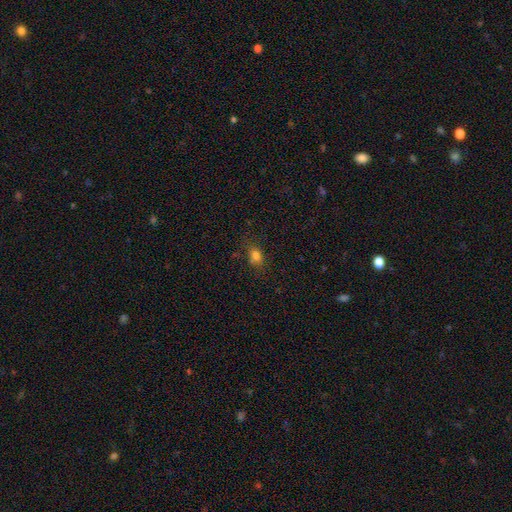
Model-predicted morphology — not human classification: smooth_or_featured: smooth (p=0.75) [alt: star or artifact p=0.16]
how_rounded: in between (p=0.64) [alt: round p=0.33]
merging: none (p=0.70) [alt: minor disturbance p=0.19]